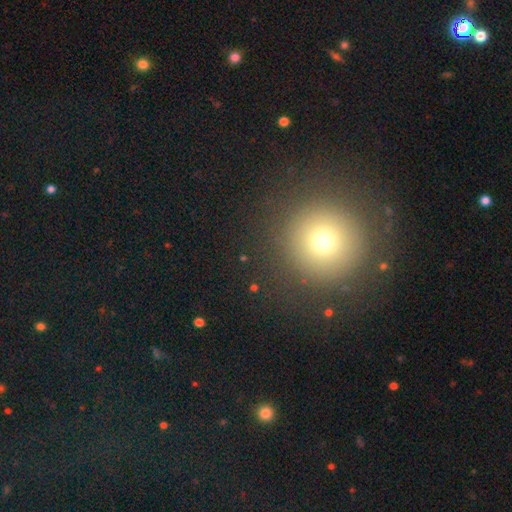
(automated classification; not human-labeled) Smooth or featured? Predicted: smooth (p=0.67). How rounded? Predicted: round (p=0.96). Merging? Predicted: none (p=0.88).